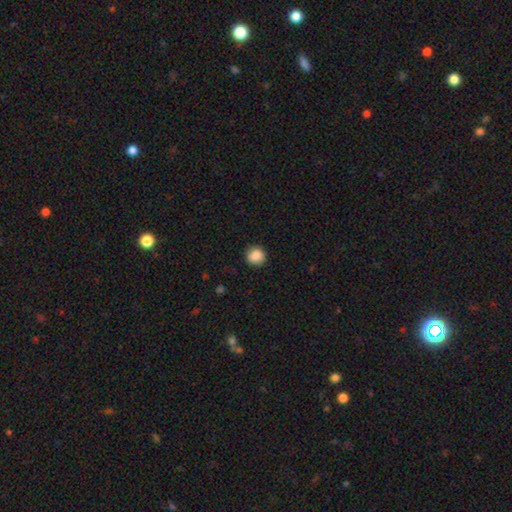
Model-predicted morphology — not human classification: Smooth or featured? smooth (88%)
How rounded? round (89%)
Merging? none (90%)